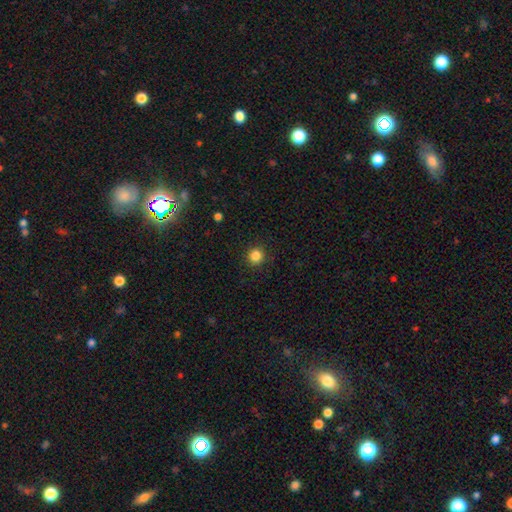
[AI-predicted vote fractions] Smooth or featured? Predicted: smooth (p=0.85). How rounded? Predicted: round (p=0.93). Merging? Predicted: none (p=0.91).